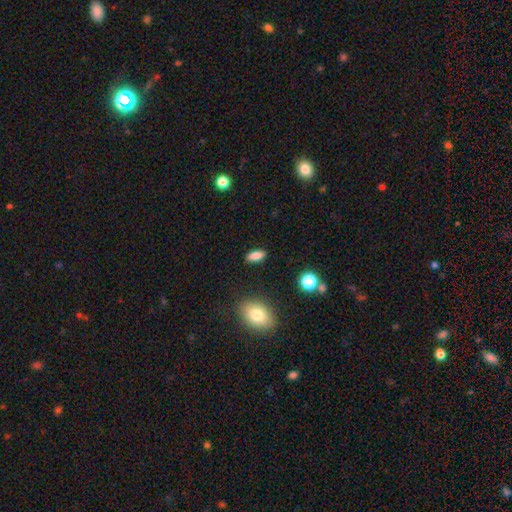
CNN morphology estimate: This appears to be a smooth galaxy with no disk features (81%) that is in between round and cigar-shaped (77%). Merging: none (88%).